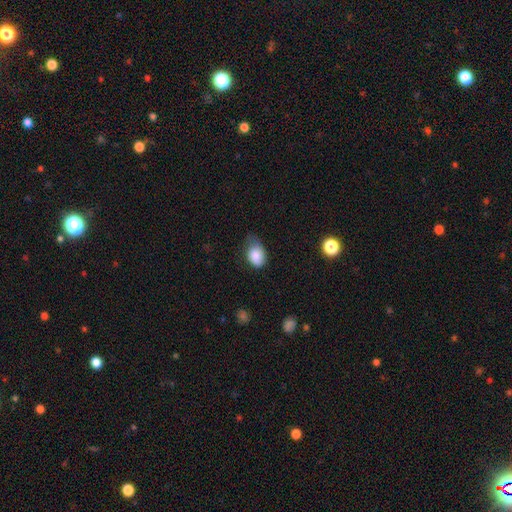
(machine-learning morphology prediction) Smooth or featured? Predicted: smooth (p=0.84). How rounded? Predicted: in between (p=0.77). Merging? Predicted: minor disturbance (p=0.45).